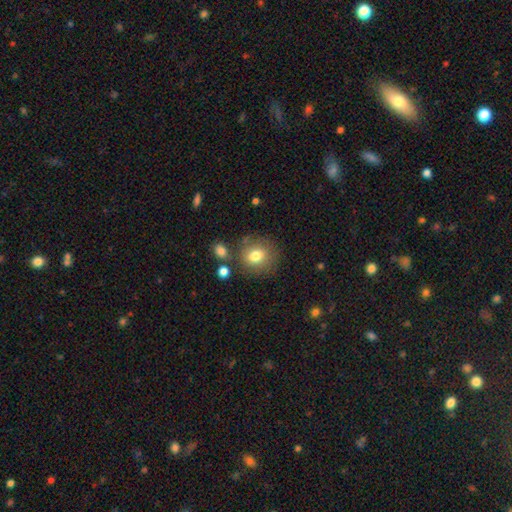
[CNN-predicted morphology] The model was most divided on "how rounded": round: 77%, in between: 22%, cigar-shaped: 1%. More confident: smooth or featured — smooth (77%); merging — none (75%).